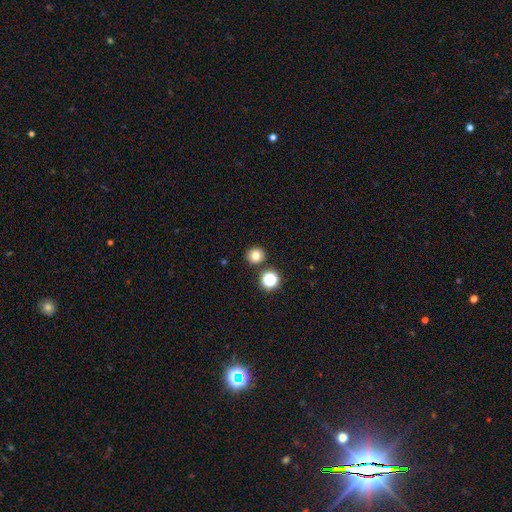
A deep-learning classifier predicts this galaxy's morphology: Smooth or featured? Predicted: smooth (p=0.79). How rounded? Predicted: round (p=0.90). Merging? Predicted: none (p=0.85).